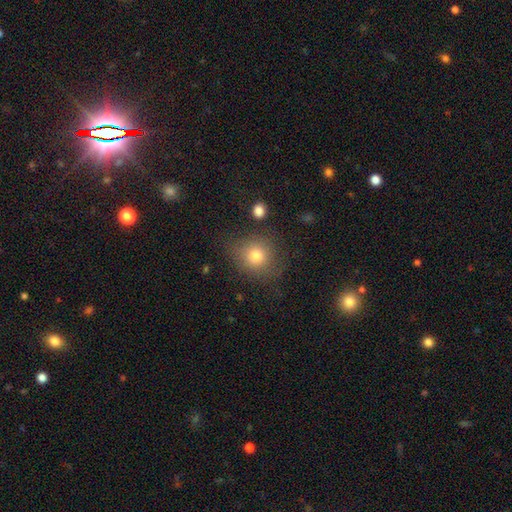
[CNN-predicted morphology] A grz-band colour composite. It shows a smooth galaxy with no disk features (77%) that is round (83%). Merging: none (74%).